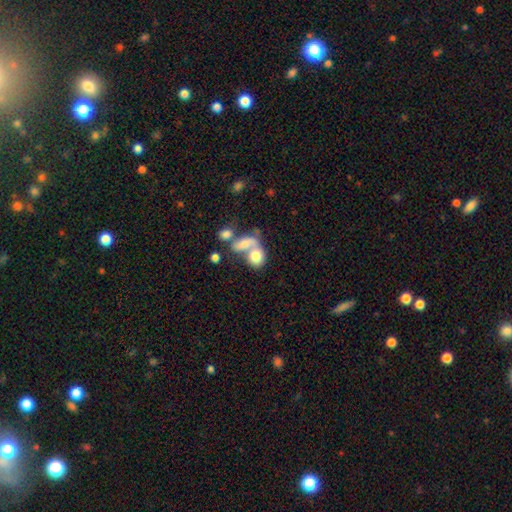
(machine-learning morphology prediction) Smooth or featured? Predicted: smooth (p=0.72). How rounded? Predicted: in between (p=0.55). Merging? Predicted: merger (p=0.62).